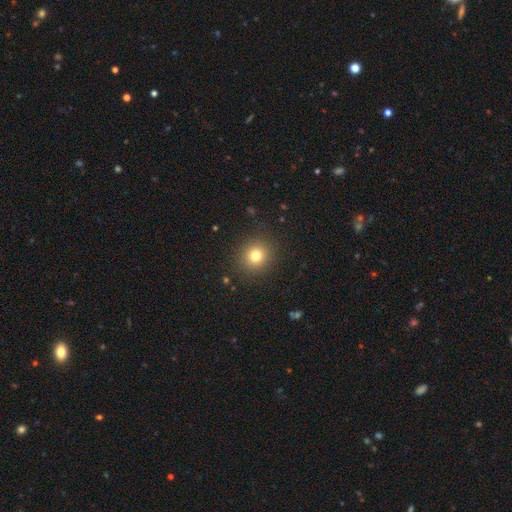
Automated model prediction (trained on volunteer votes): smooth 77%, star or artifact 14%, featured or disk 8%. Down the decision tree: how rounded — round (89%); merging — none (88%).